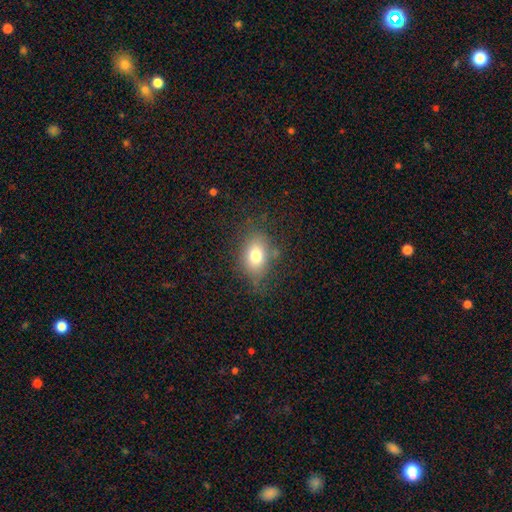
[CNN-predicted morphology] smooth_or_featured: smooth (p=0.75) [alt: featured or disk p=0.13]
how_rounded: in between (p=0.74) [alt: round p=0.24]
merging: none (p=0.73) [alt: minor disturbance p=0.18]